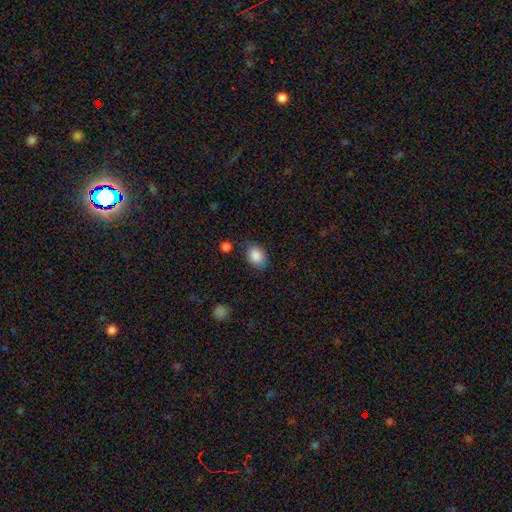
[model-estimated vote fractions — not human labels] Overall: smooth (88%). How rounded: in between (74%). Merging: none (78%).